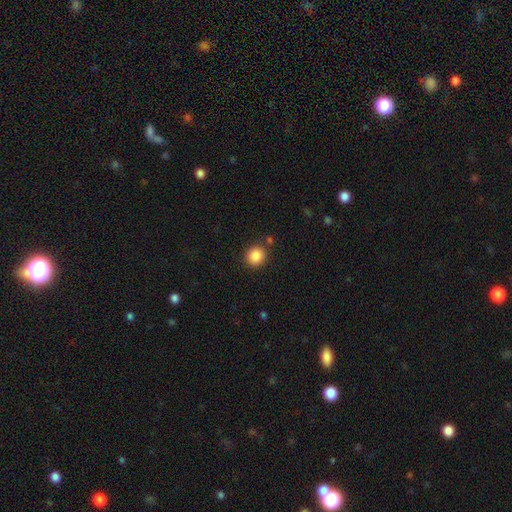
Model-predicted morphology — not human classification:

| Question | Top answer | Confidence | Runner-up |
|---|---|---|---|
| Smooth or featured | smooth | 86% | star or artifact (10%) |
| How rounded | round | 85% | in between (14%) |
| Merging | none | 85% | minor disturbance (8%) |